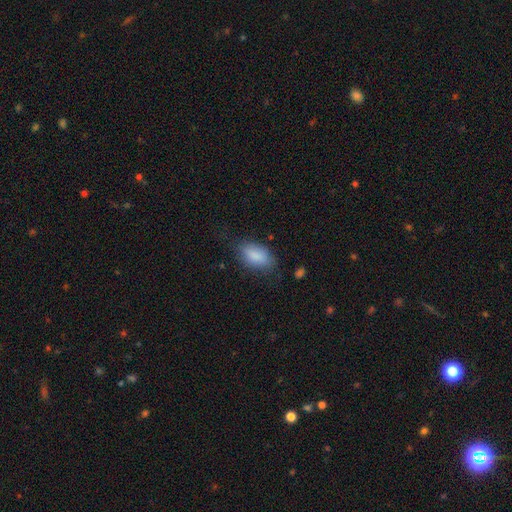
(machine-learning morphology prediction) Smooth or featured: smooth — 87% (star or artifact — 7%)
How rounded: in between — 92% (round — 5%)
Merging: none — 69% (minor disturbance — 22%)